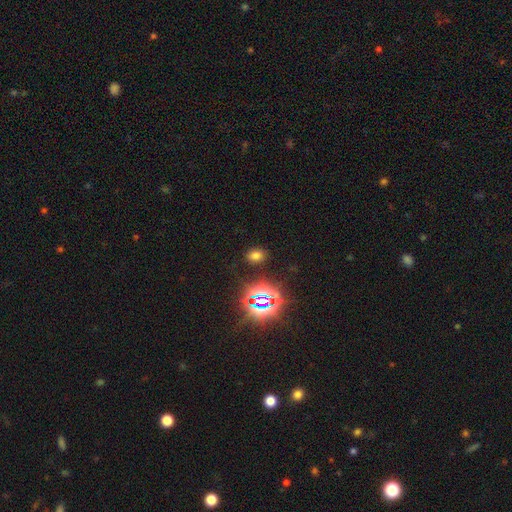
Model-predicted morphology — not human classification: smooth-or-featured: smooth: 63% | star or artifact: 30% | featured or disk: 7%
  how-rounded: in between: 61% | round: 38% | cigar-shaped: 1%
  merging: none: 86% | minor disturbance: 9% | major disturbance: 3% | merger: 2%